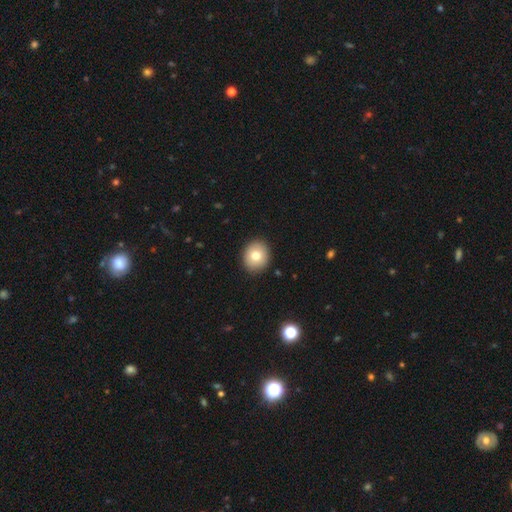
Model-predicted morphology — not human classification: This is likely a smooth galaxy (79%). How rounded: likely round (69%). Merging: clearly none (90%).